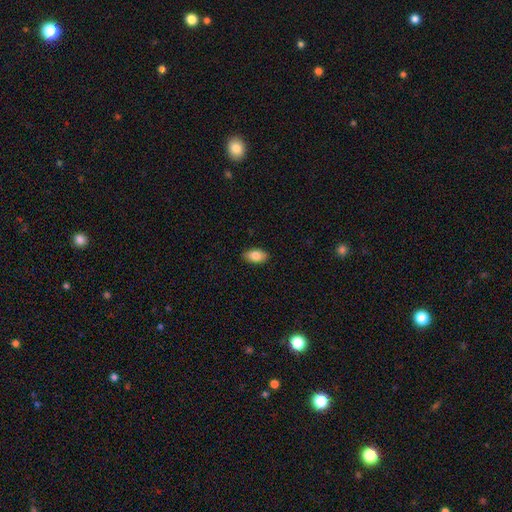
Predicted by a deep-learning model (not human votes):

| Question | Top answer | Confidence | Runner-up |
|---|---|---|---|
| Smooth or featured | smooth | 84% | featured or disk (9%) |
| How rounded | in between | 92% | round (5%) |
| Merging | none | 88% | minor disturbance (9%) |